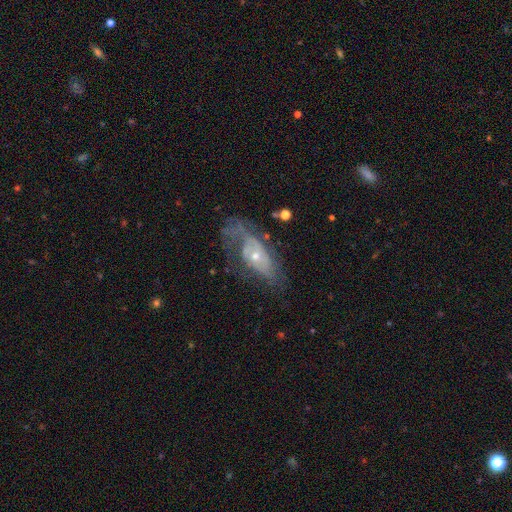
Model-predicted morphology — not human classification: Smooth or featured? featured or disk (72%)
Edge-on disk? no (88%)
Bar? no (78%)
Spiral arms? yes (68%)
Bulge size? small (53%)
Merging? none (41%)